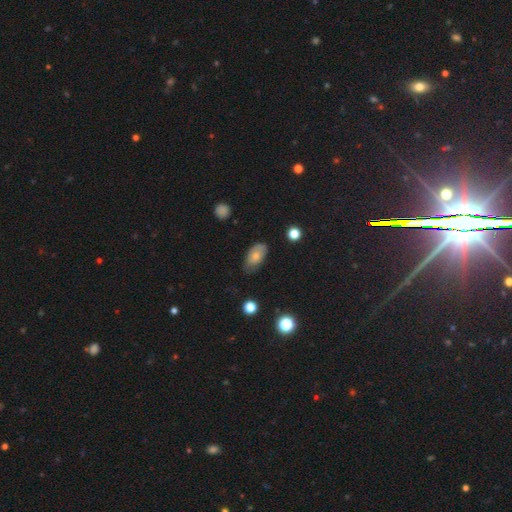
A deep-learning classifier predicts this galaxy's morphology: This is likely a smooth galaxy (63%). How rounded: clearly in between (91%). Merging: likely none (63%).